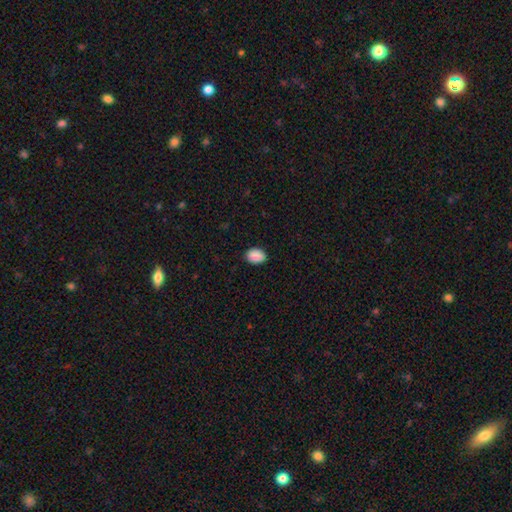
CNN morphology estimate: Smooth or featured: smooth — 90% (star or artifact — 7%)
How rounded: in between — 69% (round — 30%)
Merging: none — 88% (minor disturbance — 9%)